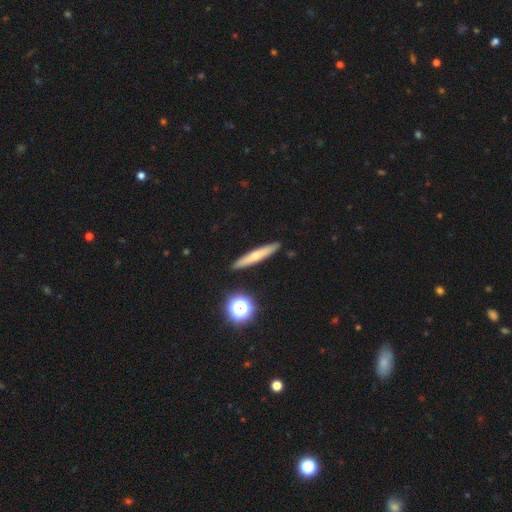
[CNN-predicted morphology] This is possibly a smooth galaxy (50%). How rounded: clearly cigar-shaped (91%). Merging: clearly none (91%).